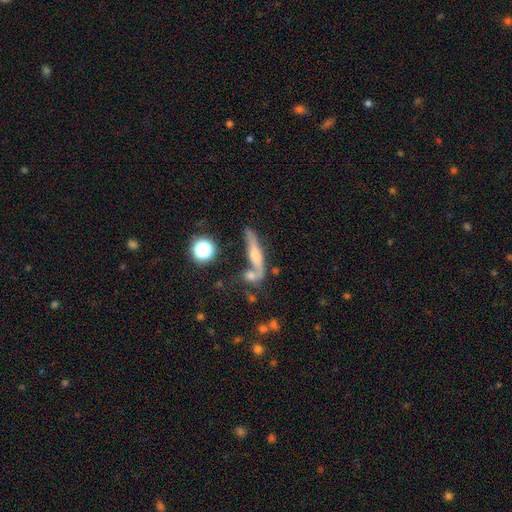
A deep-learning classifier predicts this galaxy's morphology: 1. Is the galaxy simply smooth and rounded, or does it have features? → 58% featured or disk, 33% smooth, 9% star or artifact.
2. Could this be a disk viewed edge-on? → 83% yes, 17% no.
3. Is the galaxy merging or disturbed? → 50% none, 28% merger, 15% minor disturbance, 7% major disturbance.